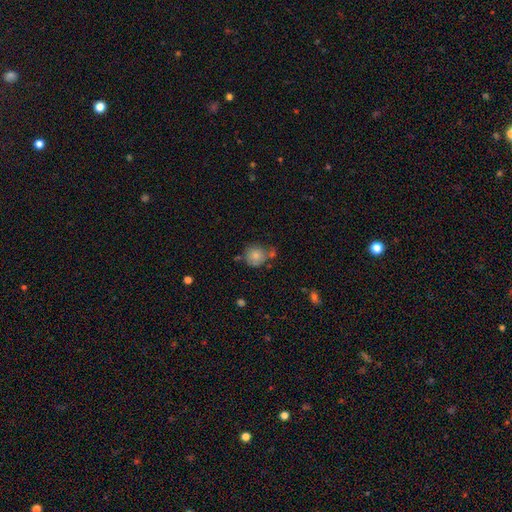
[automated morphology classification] Smooth or featured? smooth (81%)
How rounded? round (88%)
Merging? none (60%)